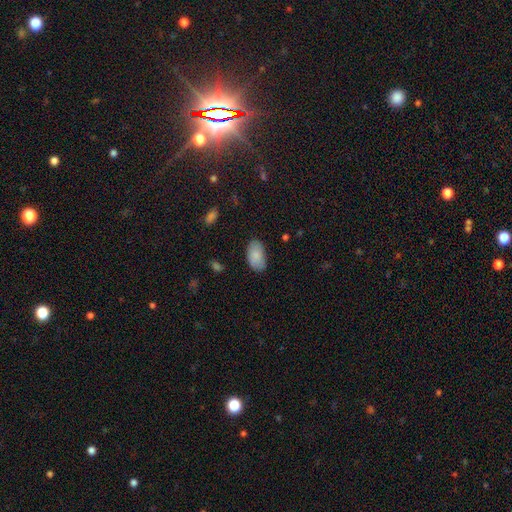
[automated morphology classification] Smooth or featured? smooth (86%)
How rounded? in between (94%)
Merging? none (79%)